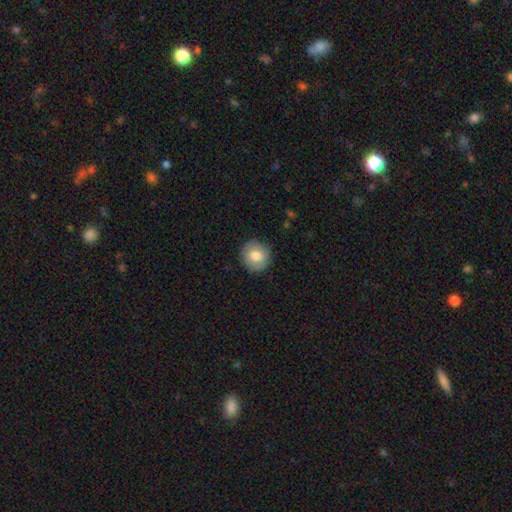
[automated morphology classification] A smooth galaxy with no disk features (79%) that is round (91%).

Vote fractions:
- Smooth or featured? smooth: 79% / featured or disk: 14% / star or artifact: 7%
- How rounded? round: 91% / in between: 8% / cigar-shaped: 1%
- Merging? none: 88% / minor disturbance: 9% / major disturbance: 2% / merger: 1%